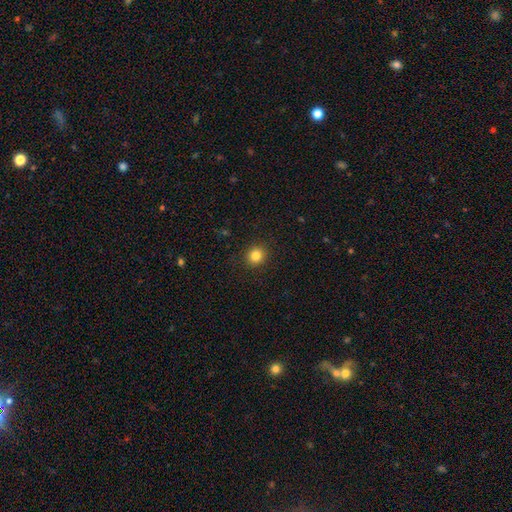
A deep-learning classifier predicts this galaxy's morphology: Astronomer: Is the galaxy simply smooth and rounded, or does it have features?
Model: smooth — 83%.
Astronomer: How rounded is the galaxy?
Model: round — 87%.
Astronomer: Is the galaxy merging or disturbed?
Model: none — 91%.